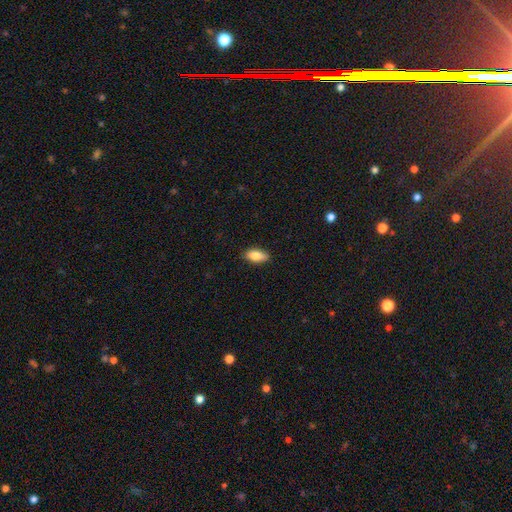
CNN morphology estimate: smooth 81%, featured or disk 12%, star or artifact 7%. Down the decision tree: how rounded — in between (87%); merging — none (86%).